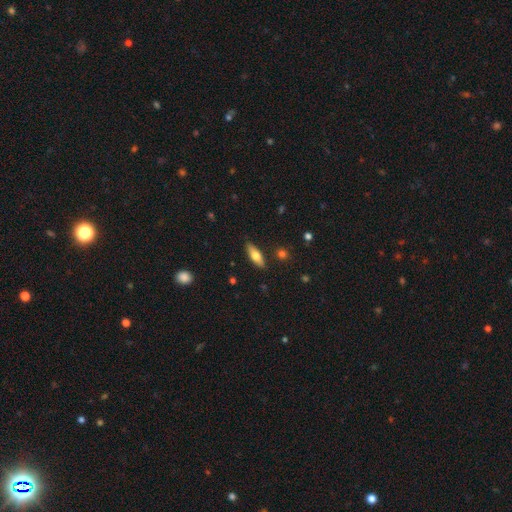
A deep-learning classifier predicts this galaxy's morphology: Smooth or featured? smooth (61%)
How rounded? in between (55%)
Merging? none (87%)